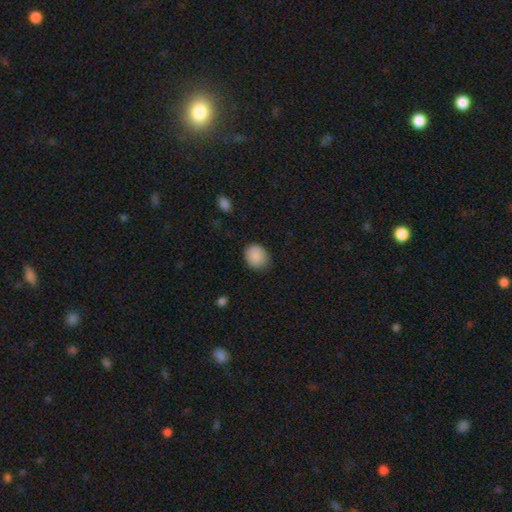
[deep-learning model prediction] smooth 89%, star or artifact 8%, featured or disk 3%. Down the decision tree: how rounded — round (64%); merging — none (83%).